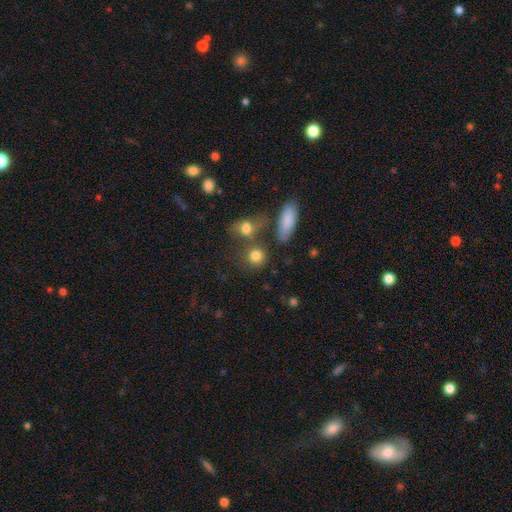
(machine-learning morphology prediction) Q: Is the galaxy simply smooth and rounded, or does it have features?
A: smooth — 82%.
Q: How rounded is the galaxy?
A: round — 79%.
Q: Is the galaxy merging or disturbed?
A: none — 61%.